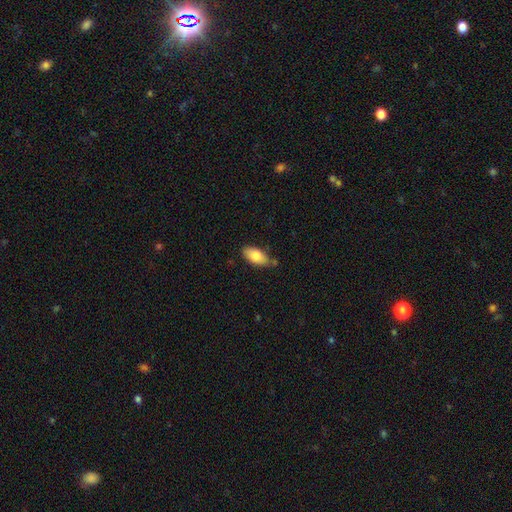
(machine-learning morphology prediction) A smooth galaxy with no disk features (81%) that is in between round and cigar-shaped (91%).

Vote fractions:
- Smooth or featured? smooth: 81% / featured or disk: 12% / star or artifact: 7%
- How rounded? in between: 91% / cigar-shaped: 6% / round: 3%
- Merging? none: 67% / minor disturbance: 23% / merger: 6% / major disturbance: 4%